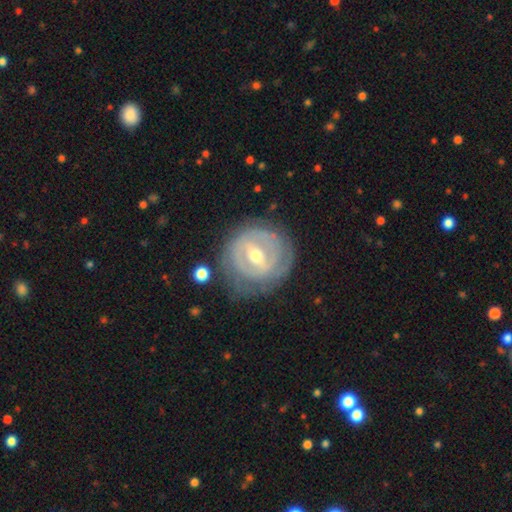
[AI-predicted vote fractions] smooth_or_featured: featured or disk (p=0.79) [alt: smooth p=0.15]
disk_edge_on: no (p=0.95) [alt: yes p=0.05]
bar: weak (p=0.44) [alt: strong p=0.42]
has_spiral_arms: yes (p=0.69) [alt: no p=0.31]
spiral_winding: tight (p=0.75) [alt: medium p=0.18]
spiral_arm_count: can't tell (p=0.46) [alt: 2 p=0.31]
bulge_size: moderate (p=0.66) [alt: small p=0.29]
merging: none (p=0.77) [alt: minor disturbance p=0.15]